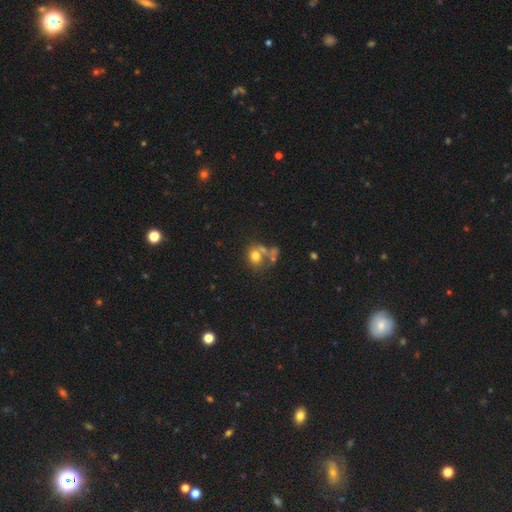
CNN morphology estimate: Smooth or featured? smooth (69%)
How rounded? round (59%)
Merging? none (39%)